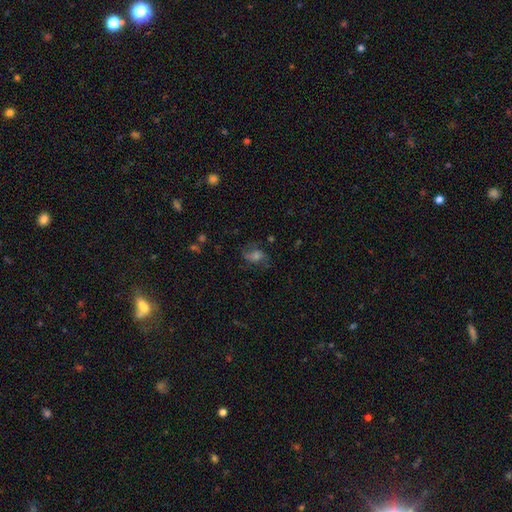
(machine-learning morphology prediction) Q: Smooth or featured?
A: featured or disk (43%); runner-up: smooth (33%)
Q: Merging?
A: none (64%); runner-up: minor disturbance (19%)